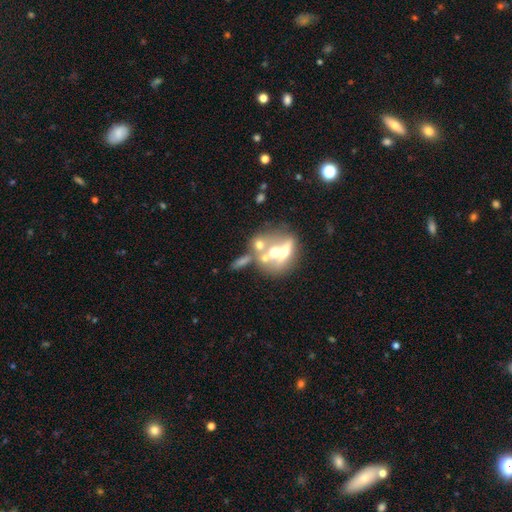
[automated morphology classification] Smooth or featured? featured or disk (42%)
Merging? merger (46%)